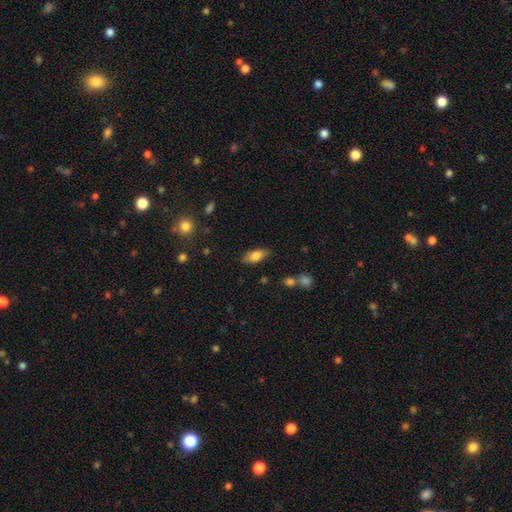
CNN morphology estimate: type=smooth (75%); roundness=in between (80%); merging=none (81%).